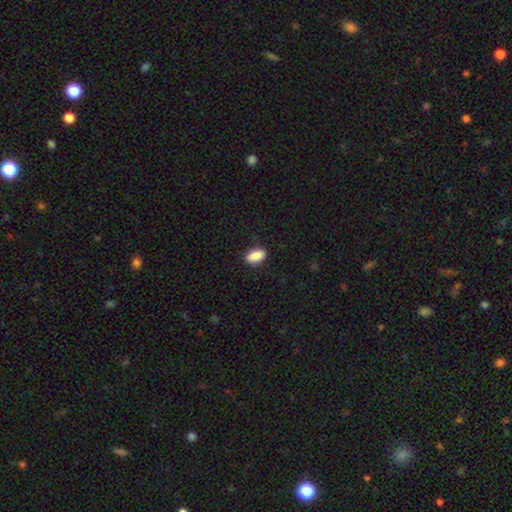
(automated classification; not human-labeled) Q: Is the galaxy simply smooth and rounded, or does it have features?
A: smooth — 88%.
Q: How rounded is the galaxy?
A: in between — 88%.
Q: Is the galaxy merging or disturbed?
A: none — 87%.